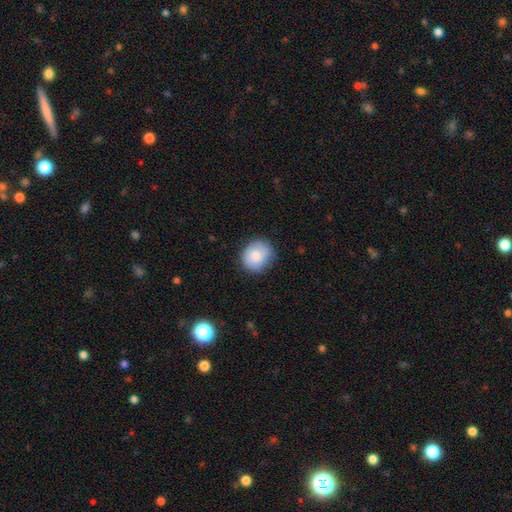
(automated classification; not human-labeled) The model was most divided on "how rounded": round: 75%, in between: 25%, cigar-shaped: 1%. More confident: smooth or featured — smooth (83%); merging — none (80%).